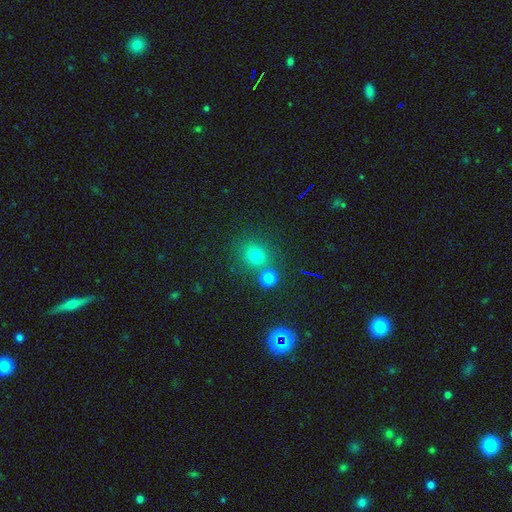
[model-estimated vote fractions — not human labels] Q: Smooth or featured?
A: smooth (74%); runner-up: star or artifact (19%)
Q: How rounded?
A: round (78%); runner-up: in between (20%)
Q: Merging?
A: none (66%); runner-up: merger (21%)